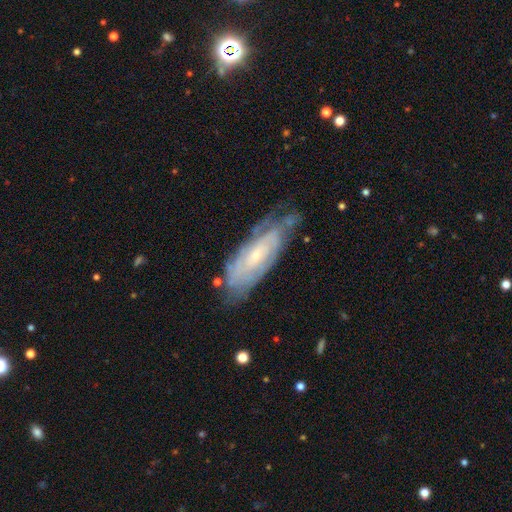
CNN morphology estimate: Smooth or featured? Predicted: featured or disk (p=0.75). Edge-on disk? Predicted: no (p=0.86). Bar? Predicted: no (p=0.65). Spiral arms? Predicted: yes (p=0.87). Spiral winding? Predicted: tight (p=0.70). Spiral arm count? Predicted: can't tell (p=0.58). Bulge size? Predicted: small (p=0.72). Merging? Predicted: none (p=0.65).